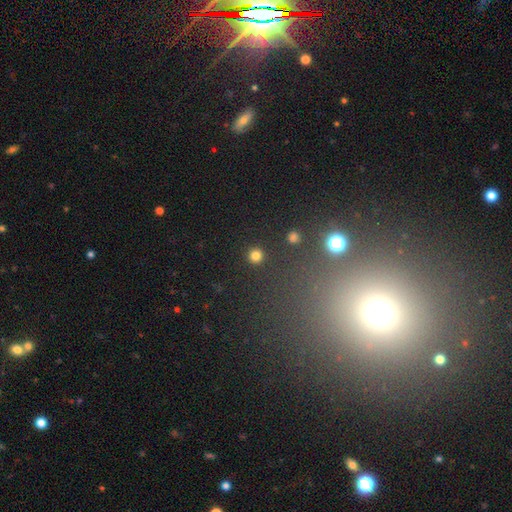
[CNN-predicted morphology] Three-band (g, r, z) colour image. It shows a smooth galaxy with no disk features (80%) that is round (95%). Merging: none (92%).